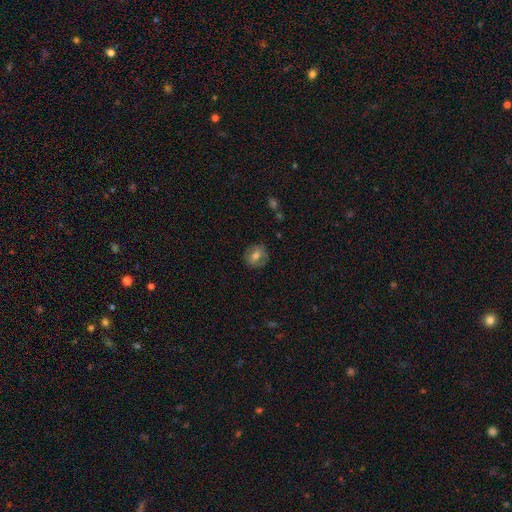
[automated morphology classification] Smooth or featured: smooth — 58% (featured or disk — 33%)
How rounded: round — 69% (in between — 29%)
Merging: none — 80% (minor disturbance — 14%)